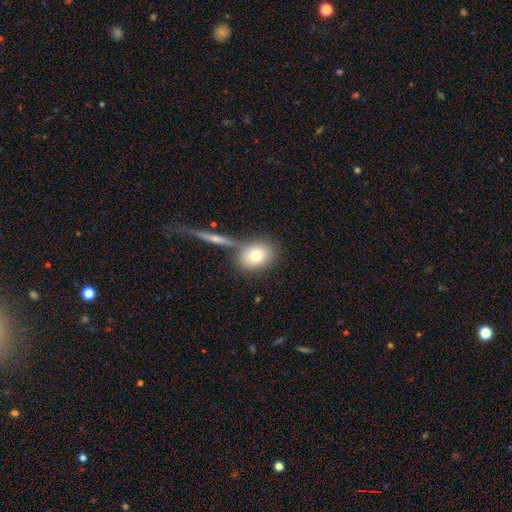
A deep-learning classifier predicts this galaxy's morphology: Overall: smooth (76%). How rounded: round (55%; in between 43%). Merging: none (64%).